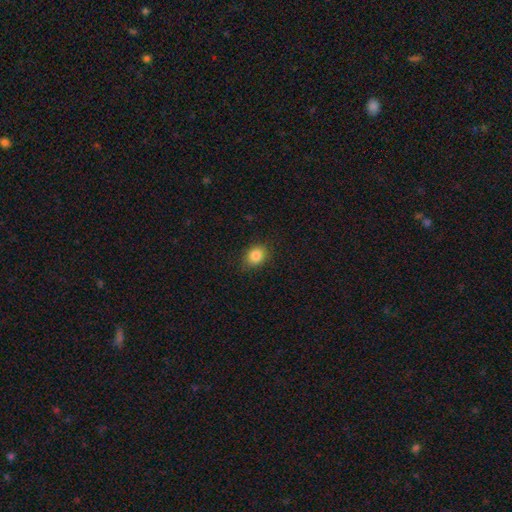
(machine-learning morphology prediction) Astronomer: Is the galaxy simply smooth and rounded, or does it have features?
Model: smooth — 85%.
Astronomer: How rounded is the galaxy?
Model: round — 51% (runner-up: in between, 48%).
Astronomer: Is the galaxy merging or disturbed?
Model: none — 85%.